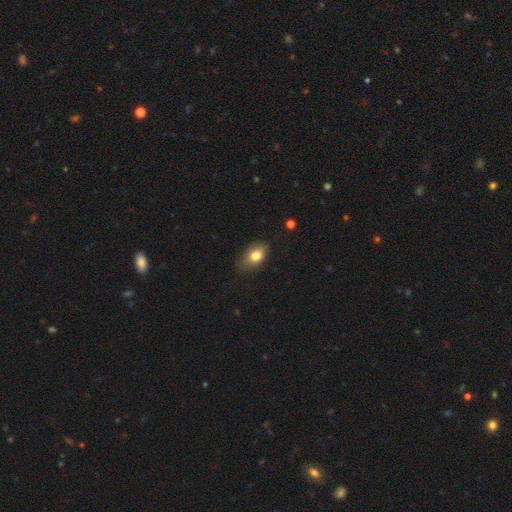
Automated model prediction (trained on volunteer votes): A smooth galaxy with no disk features (79%) that is in between round and cigar-shaped (83%).

Vote fractions:
- Smooth or featured? smooth: 79% / featured or disk: 12% / star or artifact: 9%
- How rounded? in between: 83% / round: 15% / cigar-shaped: 2%
- Merging? none: 66% / minor disturbance: 26% / major disturbance: 6% / merger: 1%